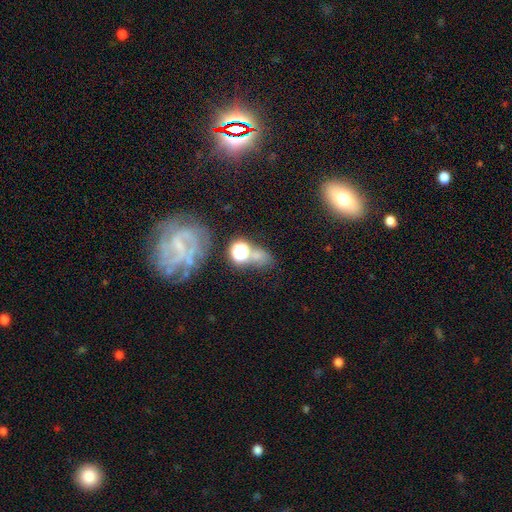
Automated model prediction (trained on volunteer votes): Smooth or featured?
  - smooth: 48% *
  - star or artifact: 37%
  - featured or disk: 15%
Merging?
  - none: 52% *
  - merger: 18%
  - minor disturbance: 15%
  - major disturbance: 14%